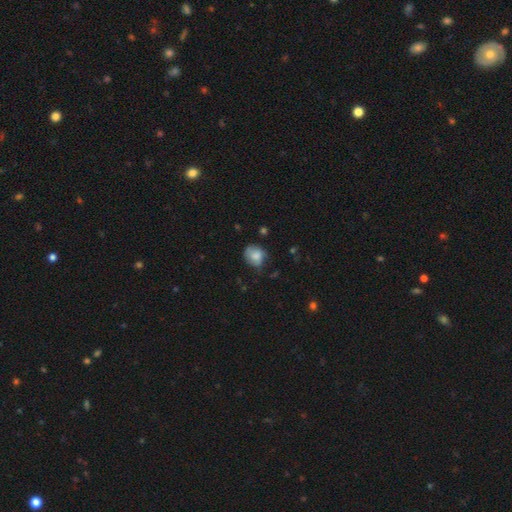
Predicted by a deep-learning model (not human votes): Smooth or featured: smooth — 73% (featured or disk — 19%)
How rounded: round — 61% (in between — 38%)
Merging: none — 54% (minor disturbance — 33%)